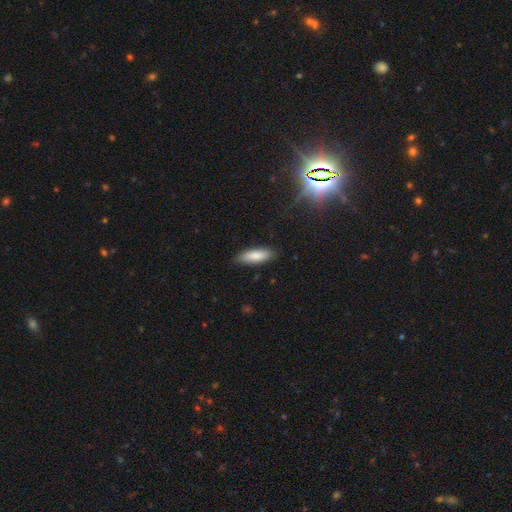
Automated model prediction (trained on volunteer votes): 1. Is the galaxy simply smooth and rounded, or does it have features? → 84% smooth, 10% featured or disk, 6% star or artifact.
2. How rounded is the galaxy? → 56% in between, 43% cigar-shaped, 2% round.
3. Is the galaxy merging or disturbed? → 86% none, 11% minor disturbance, 2% major disturbance, 1% merger.